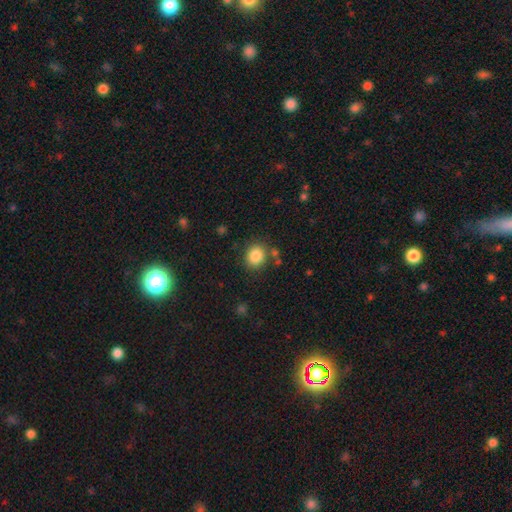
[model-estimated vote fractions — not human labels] Morphology: type=smooth (85%); roundness=round (69%); merging=none (80%).